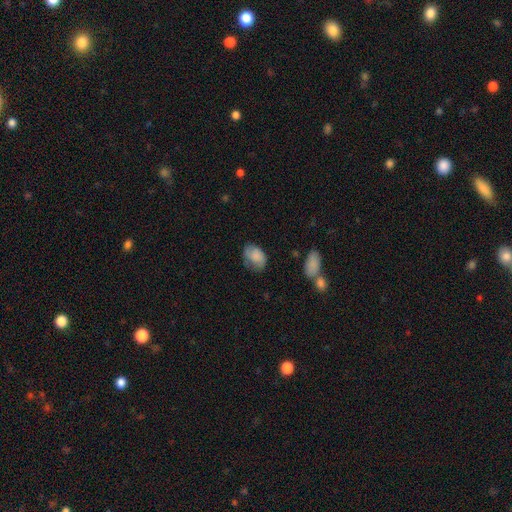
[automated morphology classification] smooth-or-featured: smooth: 78% | featured or disk: 14% | star or artifact: 7%
  how-rounded: in between: 82% | round: 17% | cigar-shaped: 1%
  merging: none: 55% | minor disturbance: 31% | major disturbance: 11% | merger: 3%